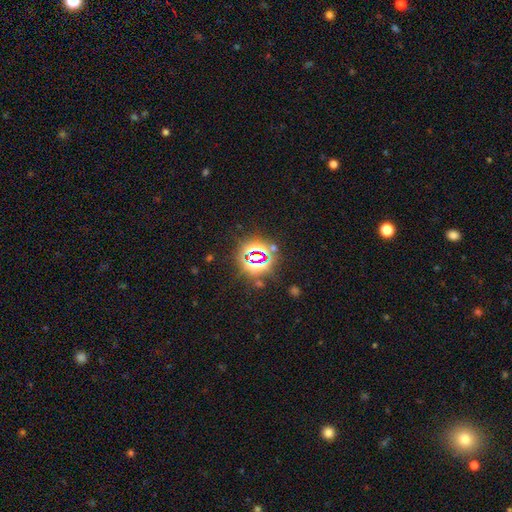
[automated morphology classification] This appears to be a star or artifact, not a galaxy (78%).